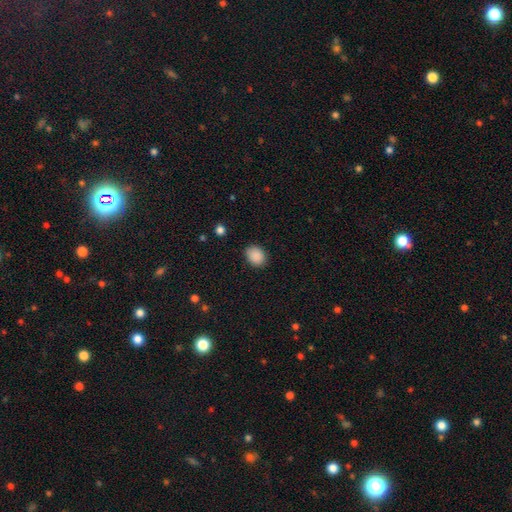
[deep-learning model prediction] smooth-or-featured: smooth: 89% | star or artifact: 8% | featured or disk: 3%
  how-rounded: in between: 60% | round: 39% | cigar-shaped: 1%
  merging: none: 85% | minor disturbance: 11% | major disturbance: 2% | merger: 1%